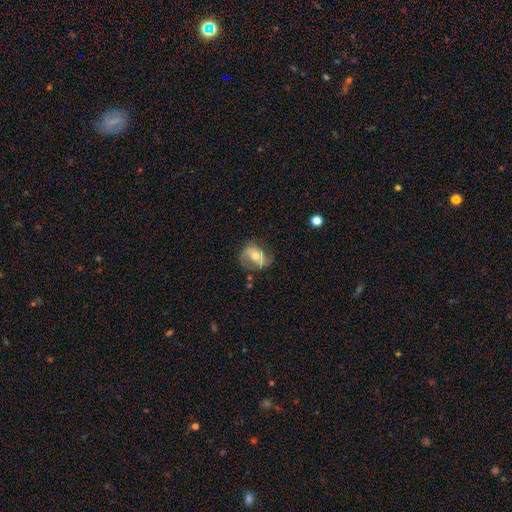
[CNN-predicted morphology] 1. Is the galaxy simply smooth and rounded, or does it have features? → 51% featured or disk, 41% smooth, 8% star or artifact.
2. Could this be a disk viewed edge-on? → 94% no, 6% yes.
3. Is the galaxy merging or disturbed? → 58% none, 27% minor disturbance, 13% major disturbance, 2% merger.